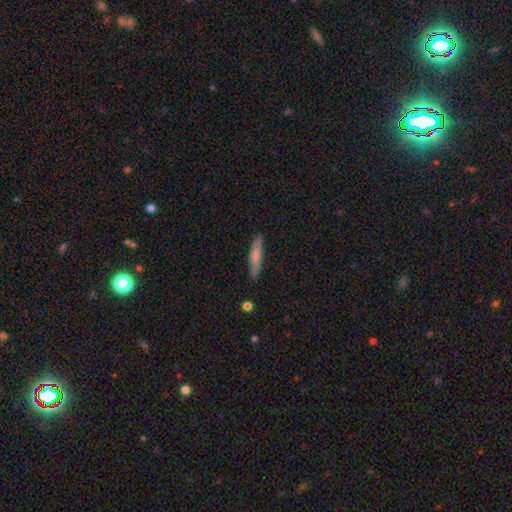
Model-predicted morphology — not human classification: This is likely a smooth galaxy (68%). How rounded: clearly cigar-shaped (87%). Merging: clearly none (84%).